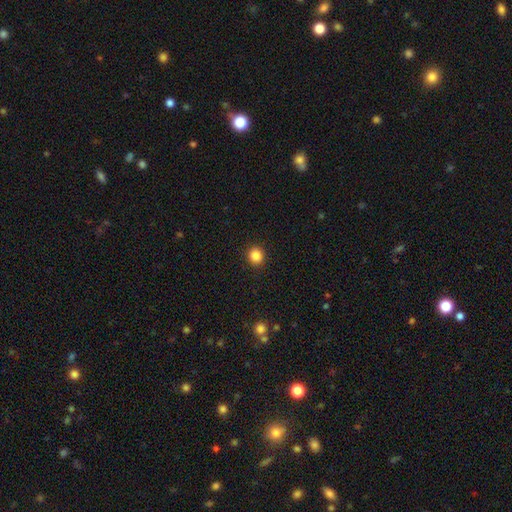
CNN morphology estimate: type=smooth (86%); roundness=round (88%); merging=none (92%).